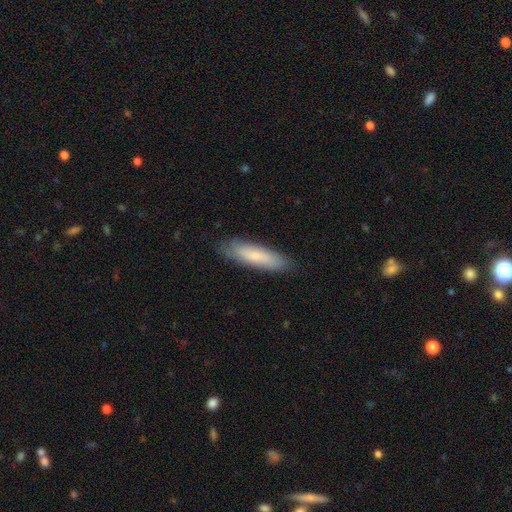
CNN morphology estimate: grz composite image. It shows a smooth galaxy with no disk features (72%) that is cigar-shaped (69%). Merging: none (84%).